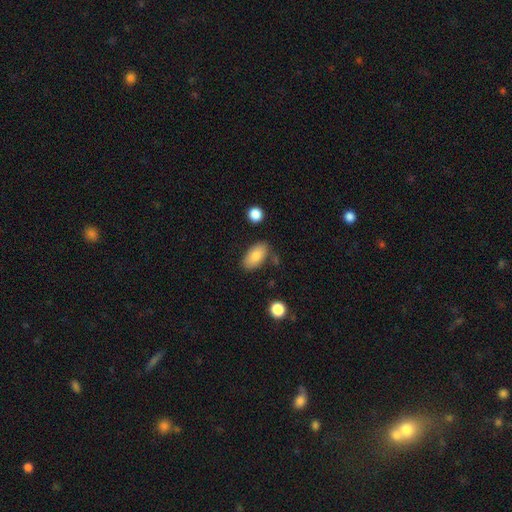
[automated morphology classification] This appears to be a smooth galaxy with no disk features (83%) that is in between round and cigar-shaped (93%). Merging: none (76%).